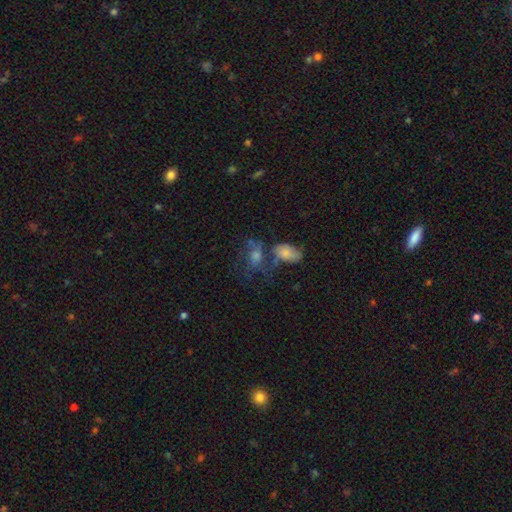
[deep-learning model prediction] This appears to be a featured or disk galaxy (40%, tied with smooth). Merging: none (37%).